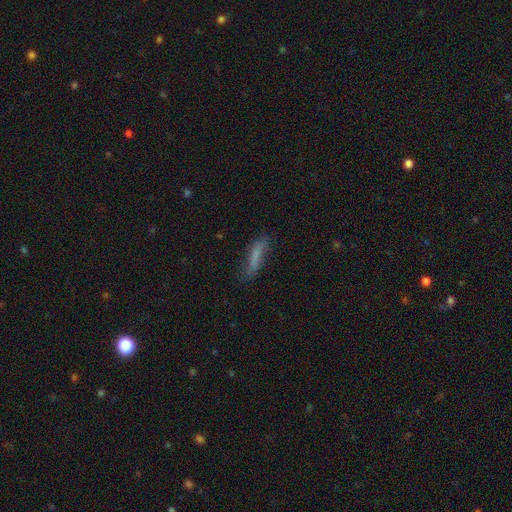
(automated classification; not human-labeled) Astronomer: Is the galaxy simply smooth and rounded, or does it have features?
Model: smooth — 72%.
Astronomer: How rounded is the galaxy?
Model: cigar-shaped — 77%.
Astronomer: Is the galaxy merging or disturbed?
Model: none — 65%.